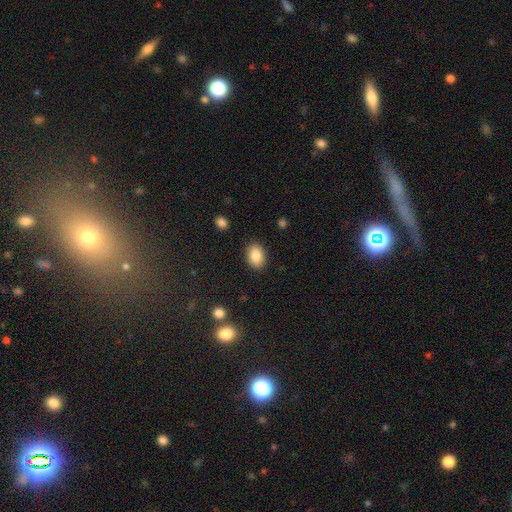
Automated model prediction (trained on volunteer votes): Smooth or featured? Predicted: smooth (p=0.87). How rounded? Predicted: in between (p=0.81). Merging? Predicted: none (p=0.88).